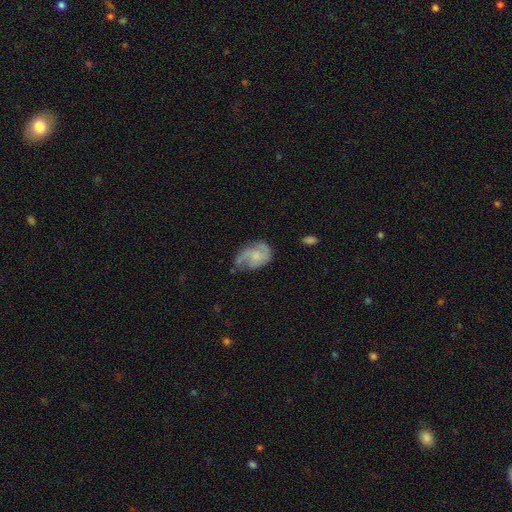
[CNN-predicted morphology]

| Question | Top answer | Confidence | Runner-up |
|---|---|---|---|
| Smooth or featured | featured or disk | 63% | smooth (30%) |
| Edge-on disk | no | 97% | yes (3%) |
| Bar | no | 70% | weak (27%) |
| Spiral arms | yes | 86% | no (14%) |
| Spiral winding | medium | 43% | loose (33%) |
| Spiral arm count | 2 | 52% | 1 (18%) |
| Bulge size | small | 40% | moderate (29%) |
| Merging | none | 42% | minor disturbance (32%) |